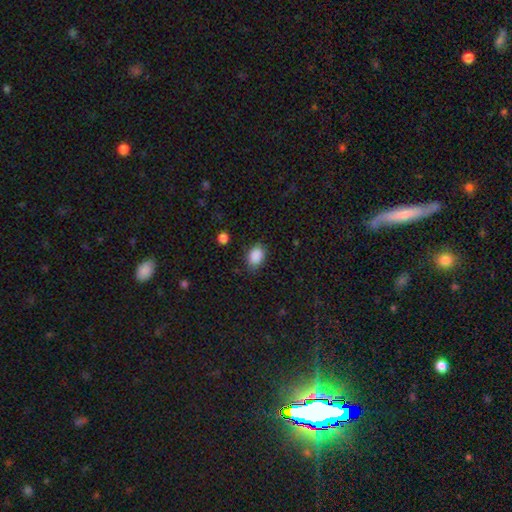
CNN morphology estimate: smooth-or-featured: smooth: 88% | star or artifact: 8% | featured or disk: 3%
  how-rounded: in between: 77% | round: 22% | cigar-shaped: 1%
  merging: none: 78% | minor disturbance: 16% | major disturbance: 4% | merger: 2%